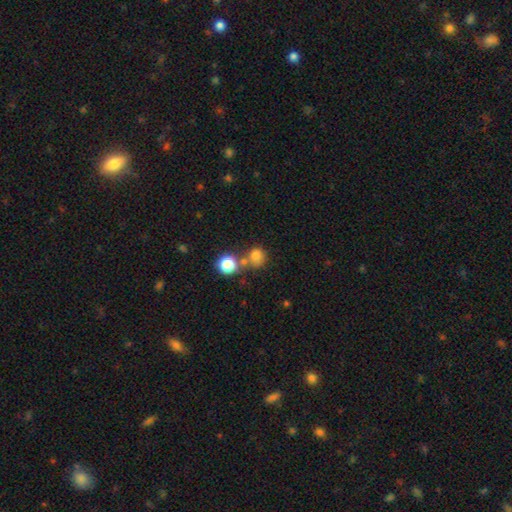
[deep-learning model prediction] This appears to be a smooth galaxy with no disk features (77%) that is round (85%). Merging: none (55%).